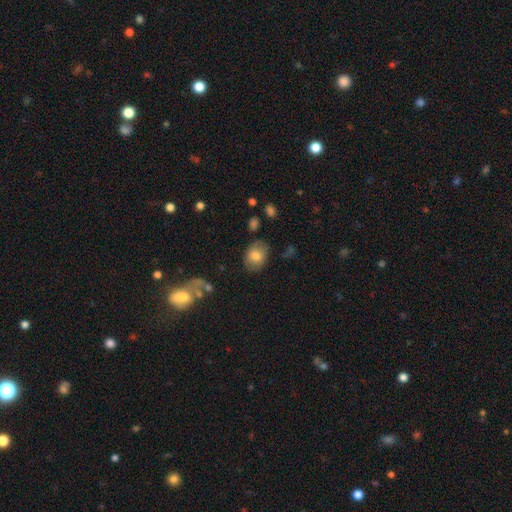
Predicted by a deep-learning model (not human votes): smooth_or_featured: smooth (p=0.75) [alt: featured or disk p=0.17]
how_rounded: in between (p=0.70) [alt: round p=0.29]
merging: none (p=0.77) [alt: minor disturbance p=0.15]